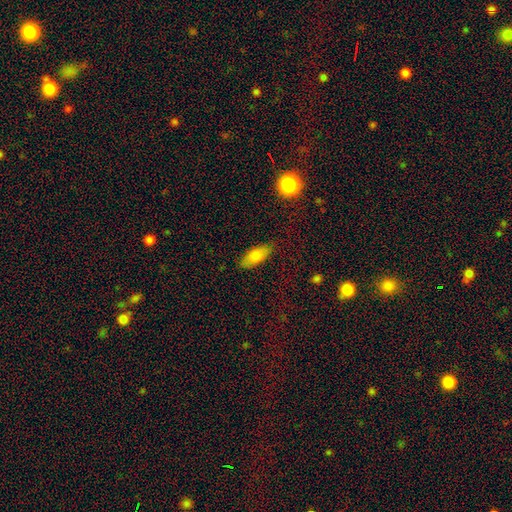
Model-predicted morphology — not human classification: Smooth or featured? Predicted: smooth (p=0.79). How rounded? Predicted: in between (p=0.83). Merging? Predicted: none (p=0.82).